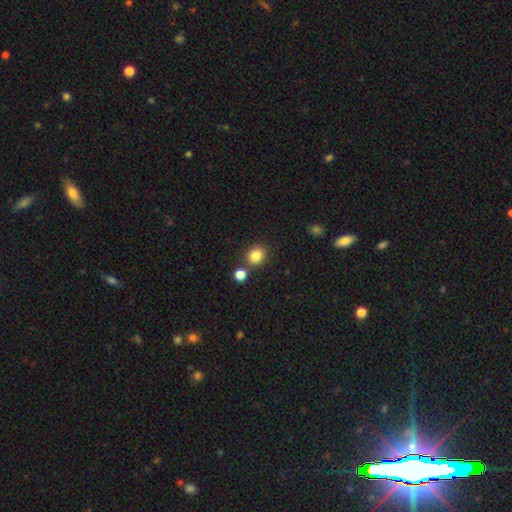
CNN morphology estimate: Q: Smooth or featured?
A: smooth (83%); runner-up: star or artifact (11%)
Q: How rounded?
A: round (76%); runner-up: in between (23%)
Q: Merging?
A: none (76%); runner-up: merger (13%)